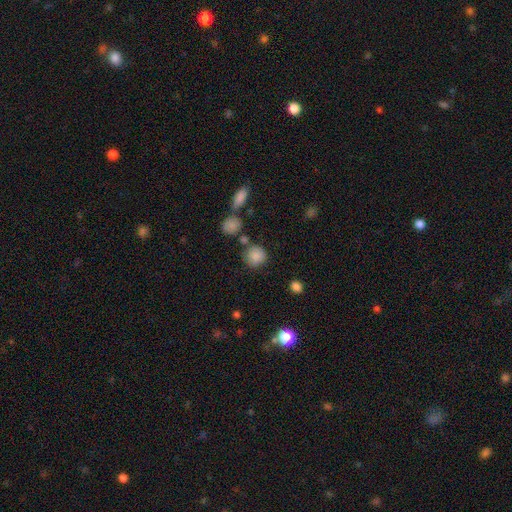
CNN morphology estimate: Smooth or featured?
  - smooth: 84% *
  - star or artifact: 9%
  - featured or disk: 6%
How rounded?
  - round: 88% *
  - in between: 11%
  - cigar-shaped: 1%
Merging?
  - none: 74% *
  - minor disturbance: 13%
  - merger: 9%
  - major disturbance: 4%